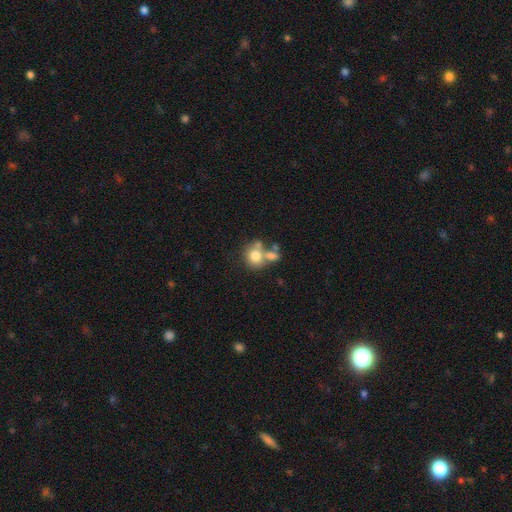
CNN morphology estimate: Overall: smooth (73%). How rounded: round (72%). Merging: merger (43%; none 40%).